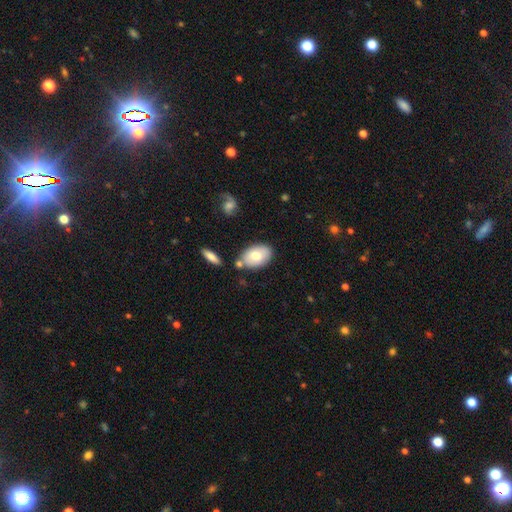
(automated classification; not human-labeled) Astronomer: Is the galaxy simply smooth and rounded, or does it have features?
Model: smooth — 71%.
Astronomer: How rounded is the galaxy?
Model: in between — 89%.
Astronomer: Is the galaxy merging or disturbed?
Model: none — 71%.